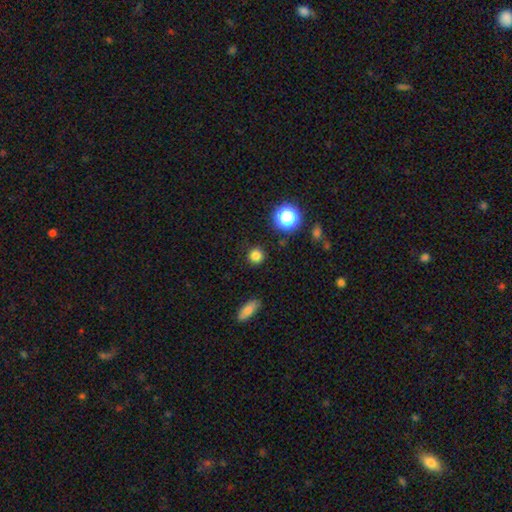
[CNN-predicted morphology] A smooth galaxy with no disk features (81%) that is round (92%).

Vote fractions:
- Smooth or featured? smooth: 81% / star or artifact: 15% / featured or disk: 5%
- How rounded? round: 92% / in between: 7% / cigar-shaped: 1%
- Merging? none: 90% / minor disturbance: 7% / major disturbance: 2% / merger: 2%